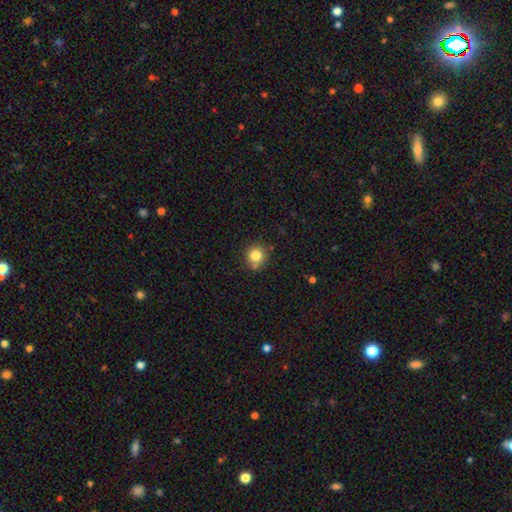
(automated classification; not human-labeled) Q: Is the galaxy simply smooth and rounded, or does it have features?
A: smooth — 82%.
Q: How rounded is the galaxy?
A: round — 93%.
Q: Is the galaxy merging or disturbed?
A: none — 80%.